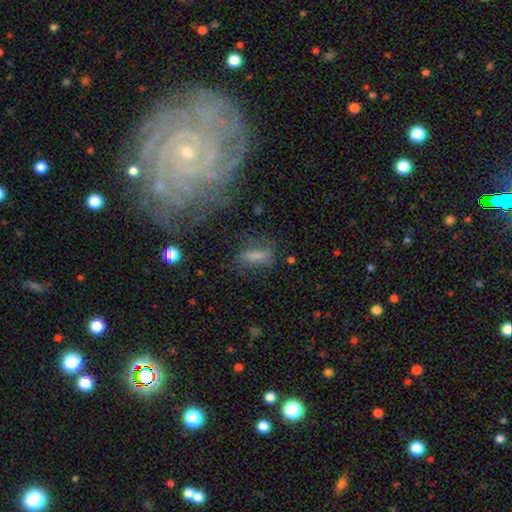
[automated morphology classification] This is possibly a smooth galaxy (53%). How rounded: likely in between (64%). Merging: likely none (66%).